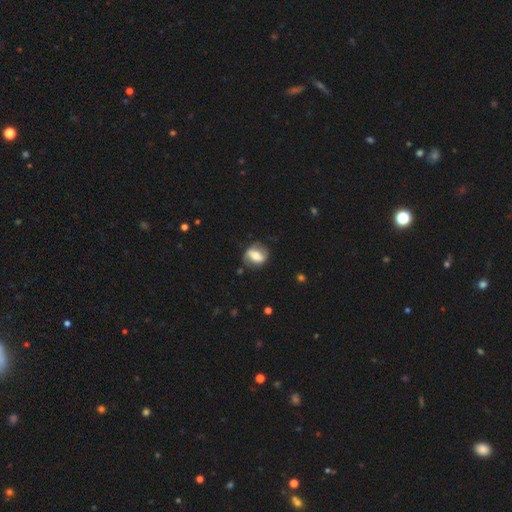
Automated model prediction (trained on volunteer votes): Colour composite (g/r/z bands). It shows a featured or disk galaxy (47%). Merging: none (68%).